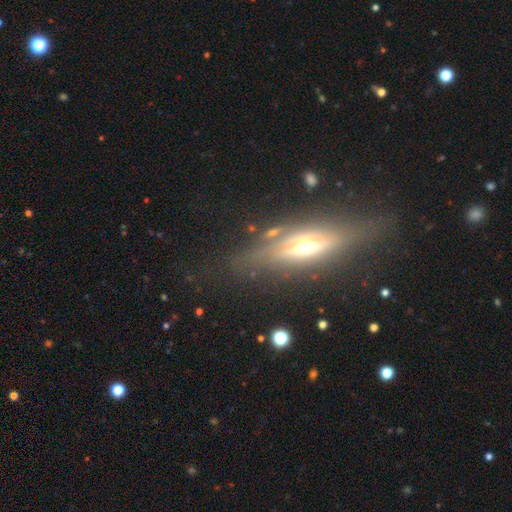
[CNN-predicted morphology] The model was most divided on "smooth or featured": featured or disk: 67%, smooth: 23%, star or artifact: 10%. More confident: edge-on bulge — rounded (87%); edge-on disk — yes (85%); merging — none (73%).